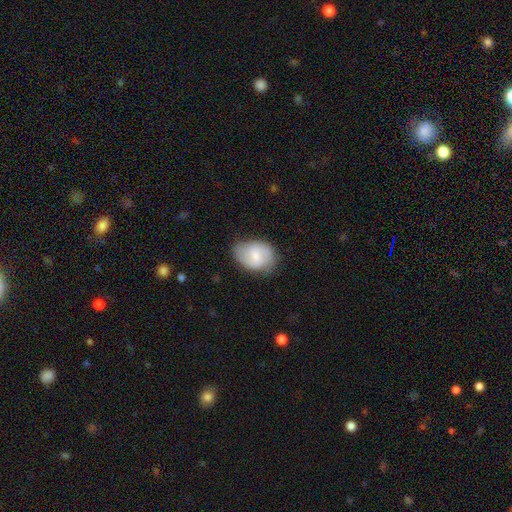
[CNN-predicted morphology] Smooth or featured: smooth — 51% (featured or disk — 42%)
How rounded: in between — 71% (round — 28%)
Merging: none — 70% (minor disturbance — 23%)